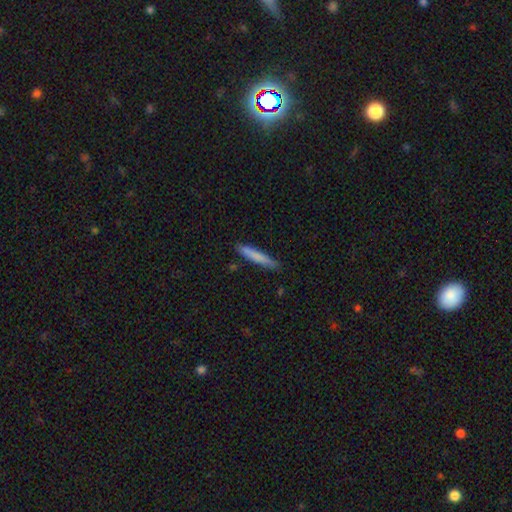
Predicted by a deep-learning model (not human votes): The model was most divided on "smooth or featured": smooth: 78%, featured or disk: 16%, star or artifact: 5%. More confident: how rounded — cigar-shaped (94%); merging — none (86%).